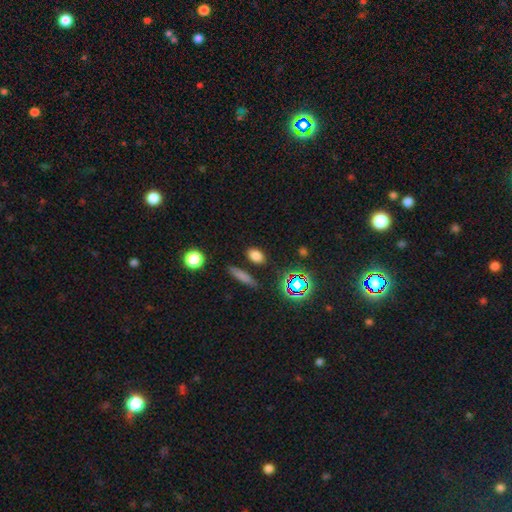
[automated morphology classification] smooth-or-featured: smooth: 76% | star or artifact: 17% | featured or disk: 6%
  how-rounded: in between: 76% | round: 17% | cigar-shaped: 7%
  merging: none: 84% | minor disturbance: 9% | merger: 4% | major disturbance: 3%